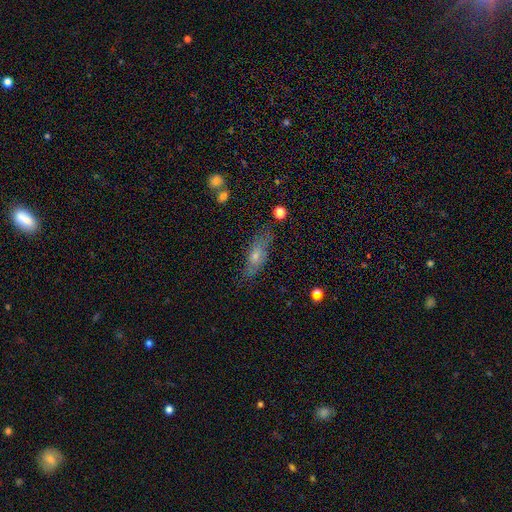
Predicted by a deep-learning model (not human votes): Morphology: type=featured or disk (45%); merging=none (74%).